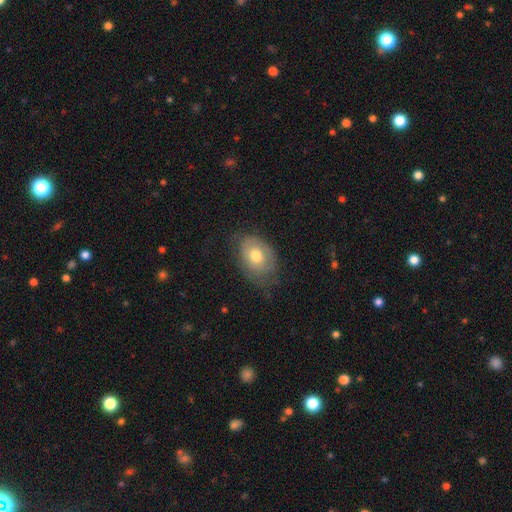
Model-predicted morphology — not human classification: A smooth galaxy with no disk features (62%) that is in between round and cigar-shaped (75%).

Vote fractions:
- Smooth or featured? smooth: 62% / featured or disk: 31% / star or artifact: 7%
- How rounded? in between: 75% / round: 24% / cigar-shaped: 1%
- Merging? none: 60% / minor disturbance: 28% / major disturbance: 11% / merger: 1%